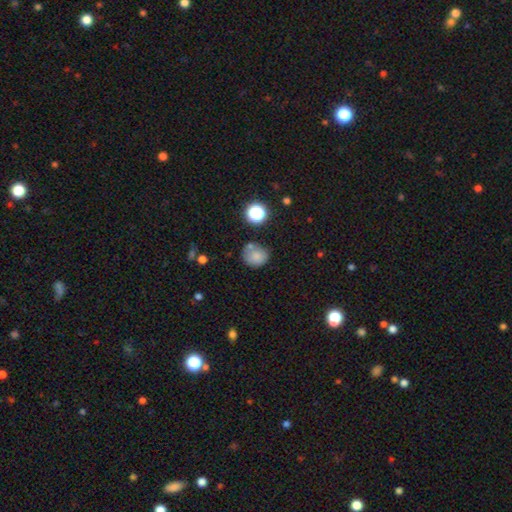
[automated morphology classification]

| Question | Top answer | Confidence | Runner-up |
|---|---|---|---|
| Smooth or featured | smooth | 78% | star or artifact (12%) |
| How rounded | round | 77% | in between (22%) |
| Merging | none | 61% | minor disturbance (18%) |